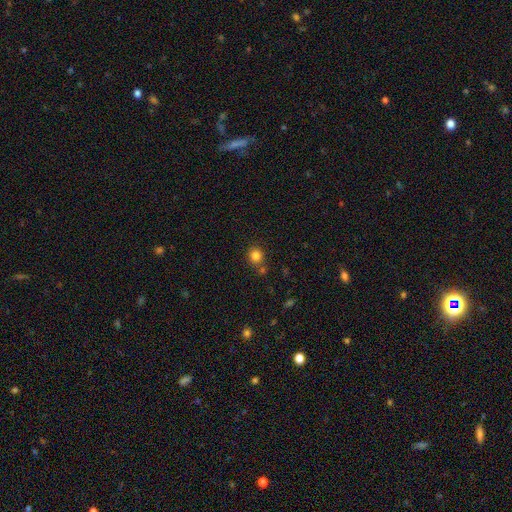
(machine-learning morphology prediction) A smooth galaxy with no disk features (83%) that is round (87%).

Vote fractions:
- Smooth or featured? smooth: 83% / star or artifact: 12% / featured or disk: 5%
- How rounded? round: 87% / in between: 12% / cigar-shaped: 1%
- Merging? none: 75% / merger: 13% / minor disturbance: 9% / major disturbance: 3%